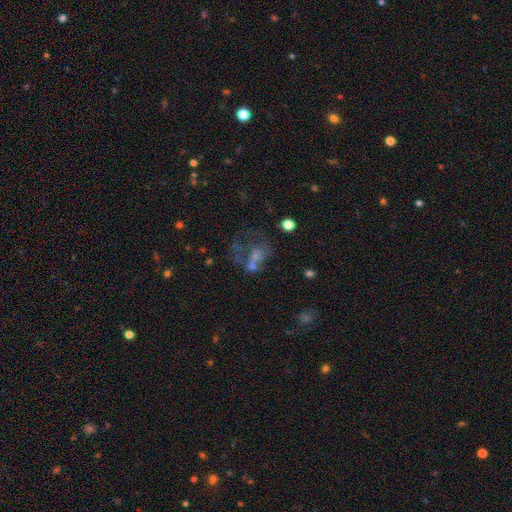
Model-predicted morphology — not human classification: A featured or disk galaxy (41%). Merging: major disturbance (34%).